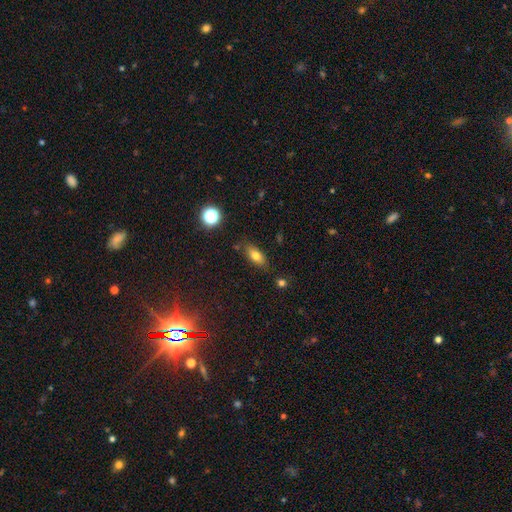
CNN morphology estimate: A smooth galaxy with no disk features (74%) that is in between round and cigar-shaped (81%).

Vote fractions:
- Smooth or featured? smooth: 74% / featured or disk: 16% / star or artifact: 11%
- How rounded? in between: 81% / cigar-shaped: 13% / round: 6%
- Merging? none: 80% / minor disturbance: 14% / merger: 3% / major disturbance: 3%